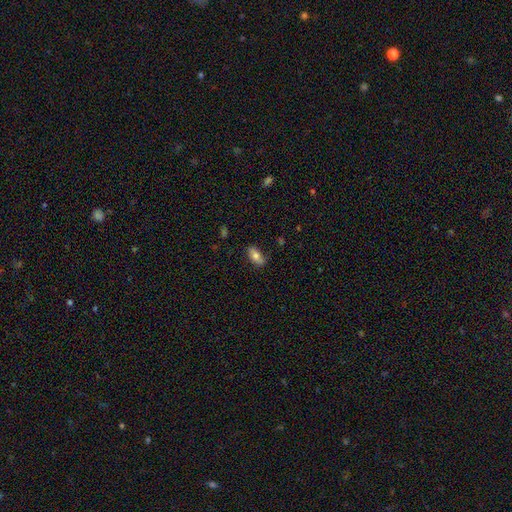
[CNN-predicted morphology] smooth 73%, featured or disk 20%, star or artifact 7%. Down the decision tree: how rounded — in between (85%); merging — none (80%).